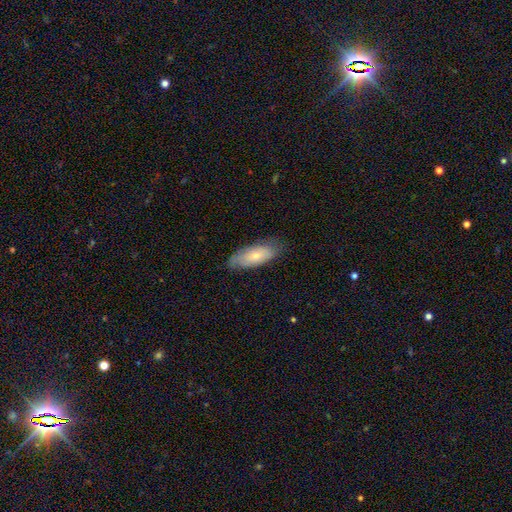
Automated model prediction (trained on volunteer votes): The model was most divided on "smooth or featured": smooth: 62%, featured or disk: 32%, star or artifact: 6%. More confident: how rounded — in between (78%); merging — none (73%).